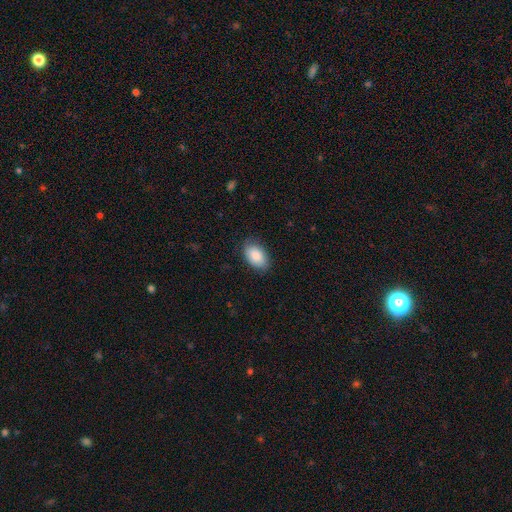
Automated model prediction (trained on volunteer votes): smooth-or-featured: smooth: 86% | featured or disk: 8% | star or artifact: 6%
  how-rounded: in between: 92% | round: 6% | cigar-shaped: 1%
  merging: none: 82% | minor disturbance: 14% | major disturbance: 3% | merger: 1%